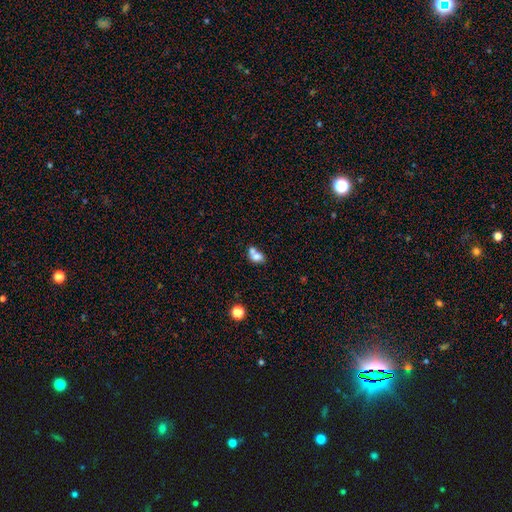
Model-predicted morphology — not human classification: Smooth or featured? smooth (73%)
How rounded? in between (65%)
Merging? merger (63%)